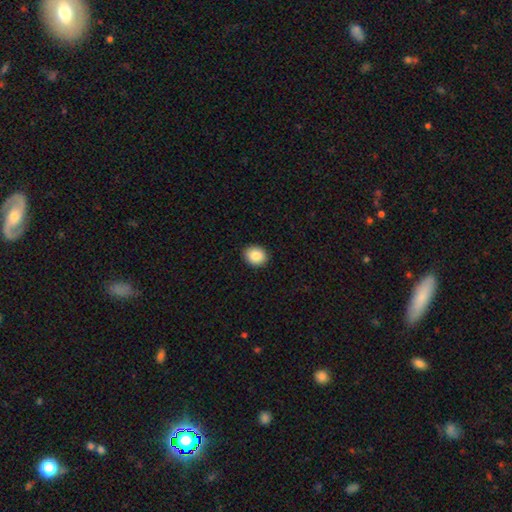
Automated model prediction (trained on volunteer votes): smooth_or_featured: smooth (p=0.87) [alt: star or artifact p=0.08]
how_rounded: round (p=0.62) [alt: in between p=0.37]
merging: none (p=0.91) [alt: minor disturbance p=0.07]